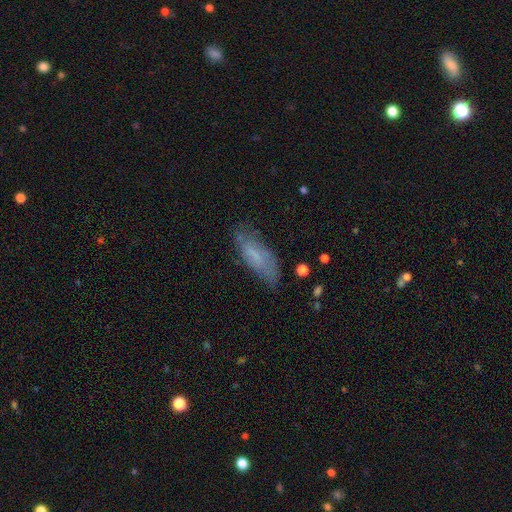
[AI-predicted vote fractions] A smooth galaxy with no disk features (59%) that is in between round and cigar-shaped (63%).

Vote fractions:
- Smooth or featured? smooth: 59% / featured or disk: 33% / star or artifact: 8%
- How rounded? in between: 63% / cigar-shaped: 35% / round: 2%
- Merging? none: 64% / minor disturbance: 26% / major disturbance: 9% / merger: 2%